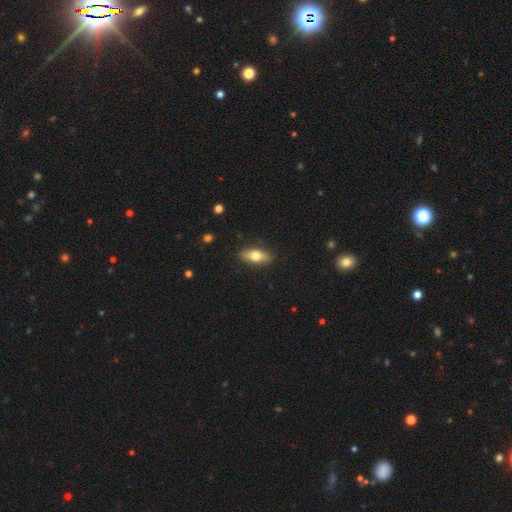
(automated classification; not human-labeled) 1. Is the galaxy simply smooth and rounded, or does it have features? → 69% smooth, 24% featured or disk, 6% star or artifact.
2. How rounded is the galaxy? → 75% in between, 22% cigar-shaped, 4% round.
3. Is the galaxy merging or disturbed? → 87% none, 10% minor disturbance, 2% major disturbance, 1% merger.